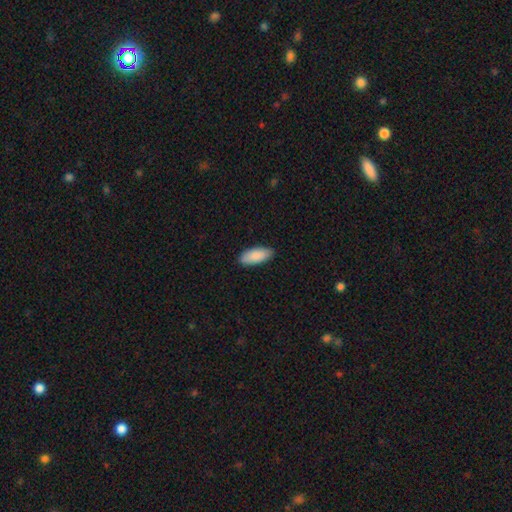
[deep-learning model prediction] Q: Smooth or featured?
A: smooth (89%); runner-up: star or artifact (5%)
Q: How rounded?
A: in between (85%); runner-up: cigar-shaped (14%)
Q: Merging?
A: none (87%); runner-up: minor disturbance (11%)